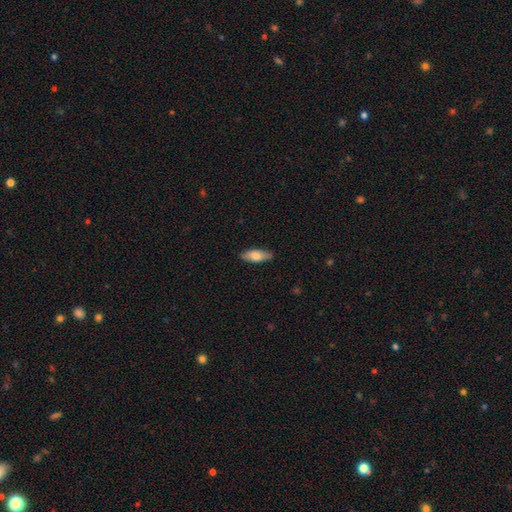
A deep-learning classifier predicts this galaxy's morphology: Q: Smooth or featured?
A: smooth (75%); runner-up: featured or disk (19%)
Q: How rounded?
A: in between (73%); runner-up: cigar-shaped (25%)
Q: Merging?
A: none (87%); runner-up: minor disturbance (10%)